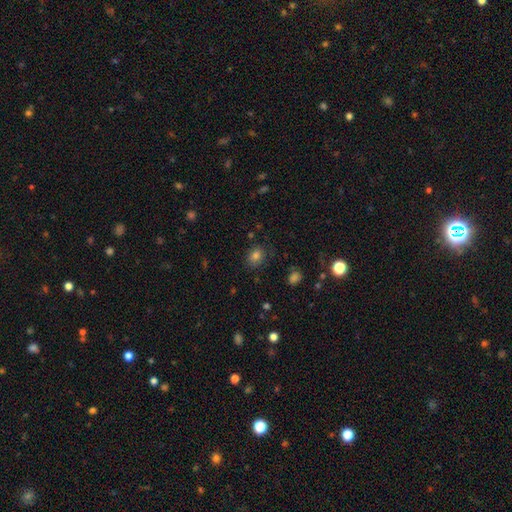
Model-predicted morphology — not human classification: This appears to be a smooth galaxy with no disk features (78%) that is round (56%). Merging: none (82%).